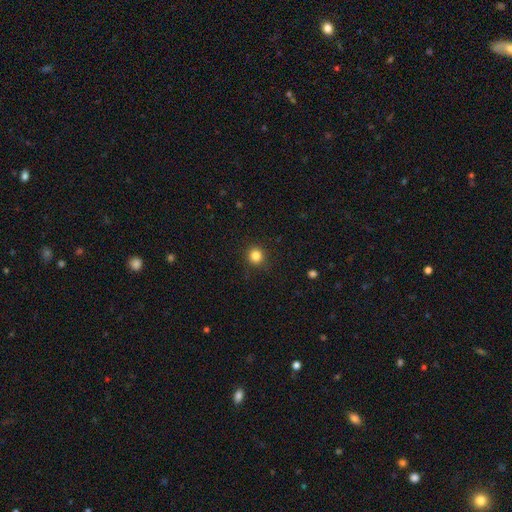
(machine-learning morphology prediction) Overall: smooth (84%). How rounded: round (91%). Merging: none (90%).